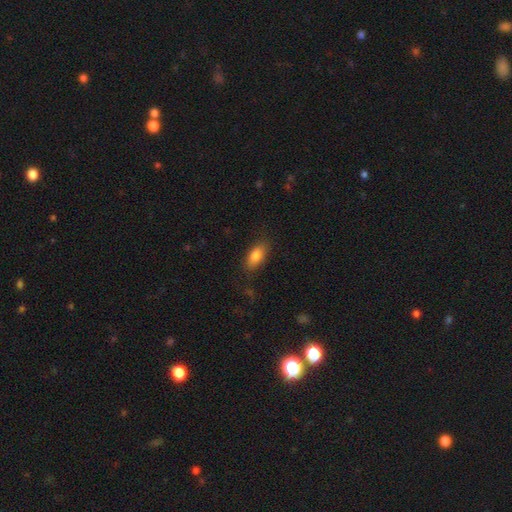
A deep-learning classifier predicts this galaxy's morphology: The model was most divided on "merging": none: 82%, minor disturbance: 13%, major disturbance: 4%, merger: 1%. More confident: how rounded — in between (86%); smooth or featured — smooth (82%).